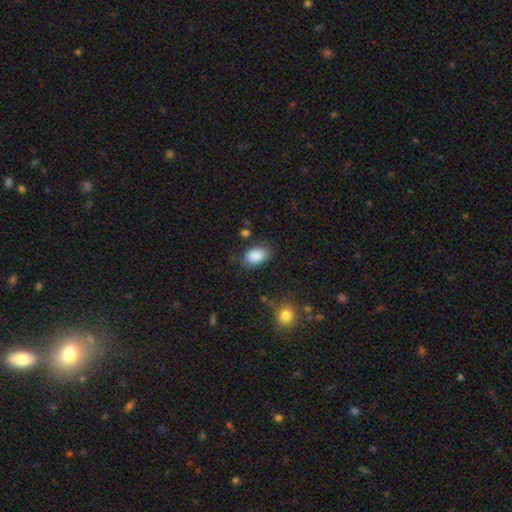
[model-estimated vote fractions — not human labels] Smooth or featured? smooth (89%)
How rounded? in between (87%)
Merging? none (79%)